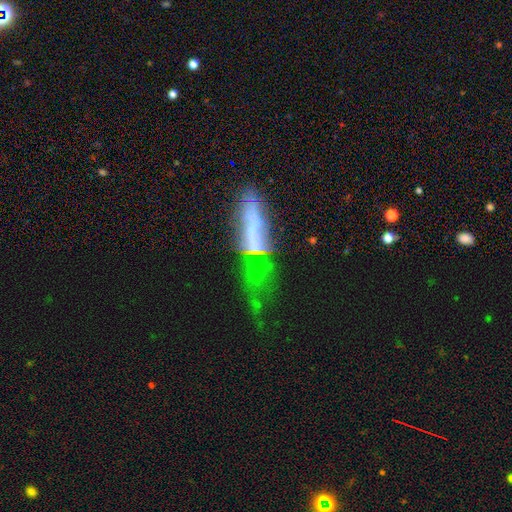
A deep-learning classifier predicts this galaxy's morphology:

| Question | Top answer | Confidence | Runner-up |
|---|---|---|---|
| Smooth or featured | featured or disk | 44% | smooth (39%) |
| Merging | major disturbance | 32% | none (30%) |